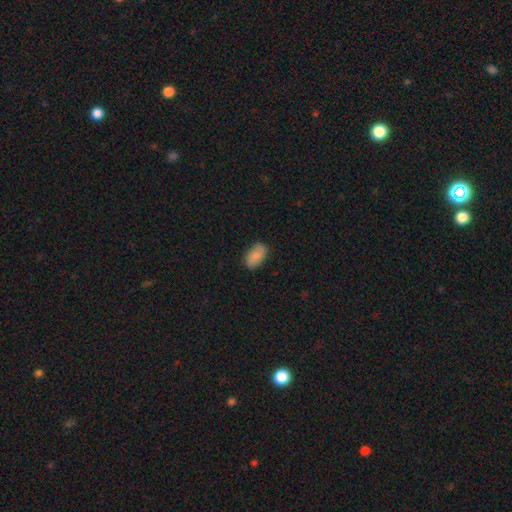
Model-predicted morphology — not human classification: Smooth or featured: smooth — 84% (featured or disk — 9%)
How rounded: in between — 94% (round — 4%)
Merging: none — 82% (minor disturbance — 14%)